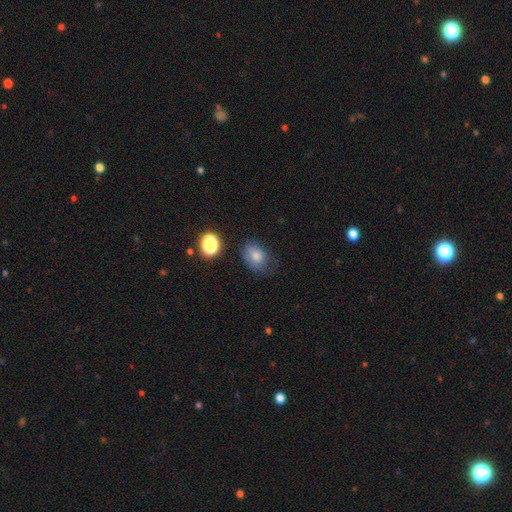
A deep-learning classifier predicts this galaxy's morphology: type=smooth (77%); roundness=in between (67%); merging=none (55%).